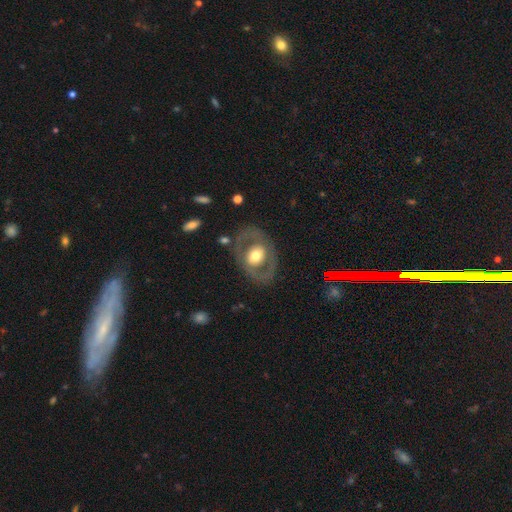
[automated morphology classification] Smooth or featured?
  - featured or disk: 59% *
  - smooth: 35%
  - star or artifact: 6%
Edge-on disk?
  - no: 93% *
  - yes: 7%
Bar?
  - no: 69% *
  - weak: 21%
  - strong: 10%
Spiral arms?
  - no: 75% *
  - yes: 25%
Bulge size?
  - moderate: 59% *
  - large: 31%
  - small: 6%
  - dominant: 3%
  - none: 1%
Merging?
  - none: 77% *
  - minor disturbance: 12%
  - major disturbance: 9%
  - merger: 2%